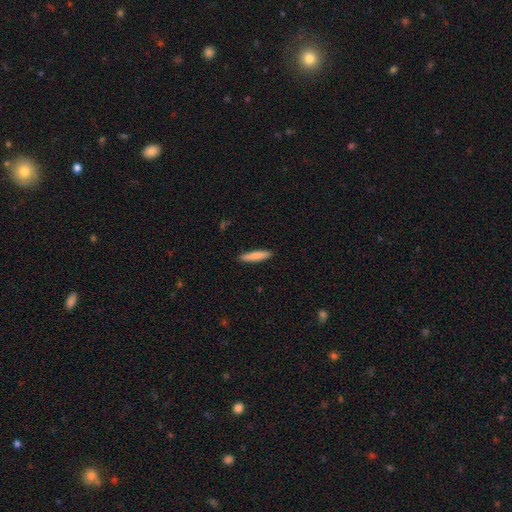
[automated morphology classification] smooth_or_featured: smooth (p=0.82) [alt: featured or disk p=0.12]
how_rounded: cigar-shaped (p=0.85) [alt: in between p=0.14]
merging: none (p=0.90) [alt: minor disturbance p=0.07]